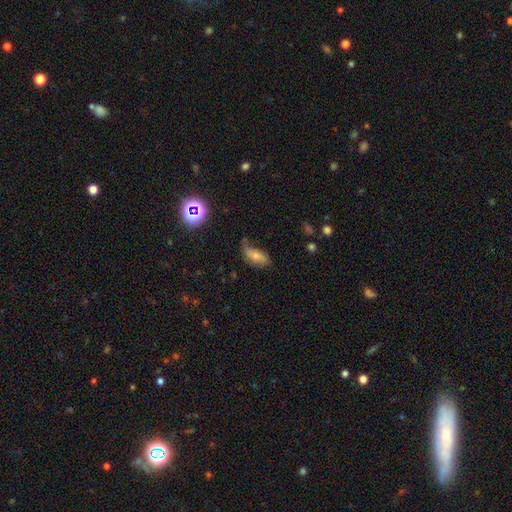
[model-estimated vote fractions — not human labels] smooth-or-featured: smooth: 52% | featured or disk: 36% | star or artifact: 12%
  how-rounded: in between: 86% | cigar-shaped: 10% | round: 5%
  merging: none: 45% | minor disturbance: 35% | major disturbance: 16% | merger: 4%